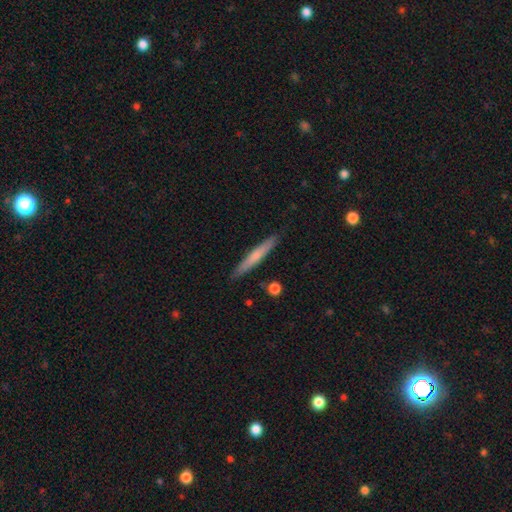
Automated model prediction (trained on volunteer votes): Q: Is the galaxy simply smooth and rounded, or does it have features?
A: smooth — 62%.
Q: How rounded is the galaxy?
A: cigar-shaped — 95%.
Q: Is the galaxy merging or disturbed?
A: none — 89%.